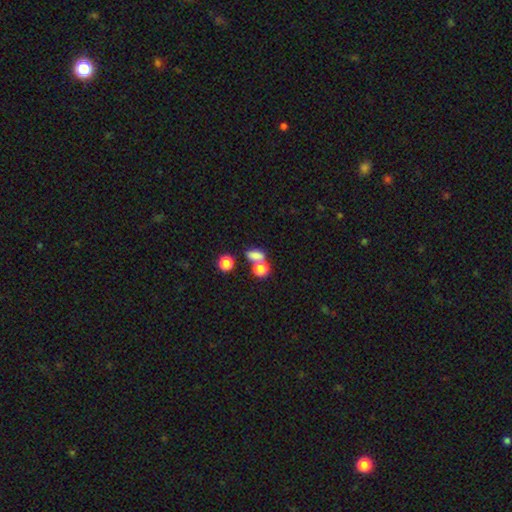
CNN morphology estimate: Smooth or featured?
  - smooth: 75% *
  - star or artifact: 16%
  - featured or disk: 9%
How rounded?
  - in between: 65% *
  - round: 29%
  - cigar-shaped: 6%
Merging?
  - none: 46% *
  - merger: 36%
  - minor disturbance: 11%
  - major disturbance: 7%